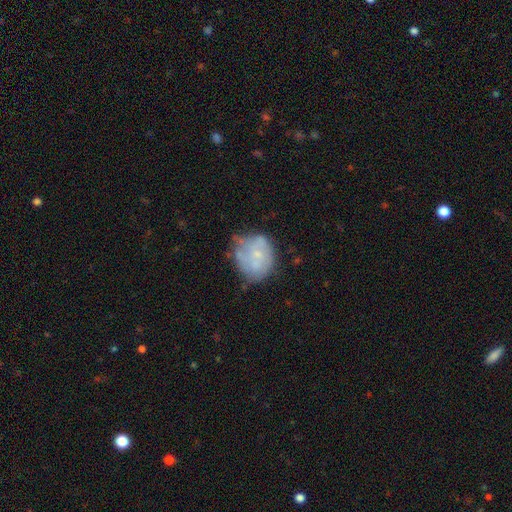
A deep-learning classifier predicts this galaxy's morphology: smooth-or-featured: featured or disk: 47% | smooth: 44% | star or artifact: 8%
  merging: none: 46% | minor disturbance: 32% | major disturbance: 15% | merger: 7%